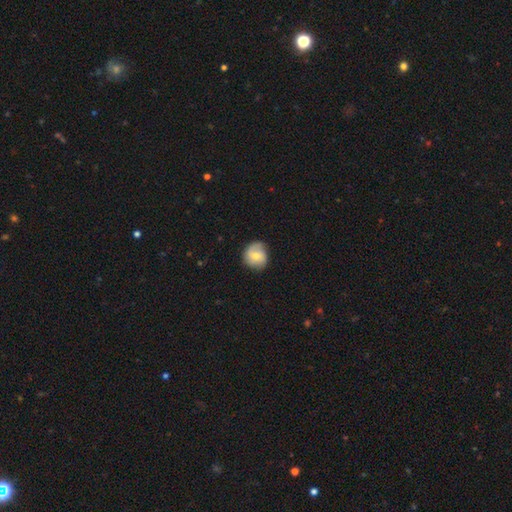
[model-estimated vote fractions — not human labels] Q: Smooth or featured?
A: smooth (61%); runner-up: featured or disk (32%)
Q: How rounded?
A: round (82%); runner-up: in between (17%)
Q: Merging?
A: none (70%); runner-up: minor disturbance (23%)